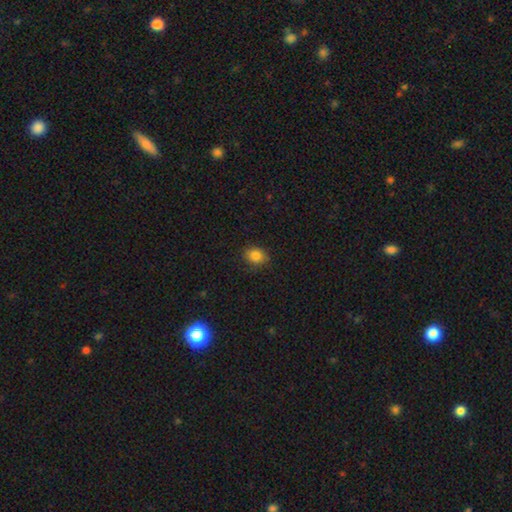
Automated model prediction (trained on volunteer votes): Smooth or featured?
  - smooth: 83% *
  - star or artifact: 11%
  - featured or disk: 5%
How rounded?
  - round: 55% *
  - in between: 44%
  - cigar-shaped: 1%
Merging?
  - none: 85% *
  - minor disturbance: 11%
  - major disturbance: 2%
  - merger: 1%